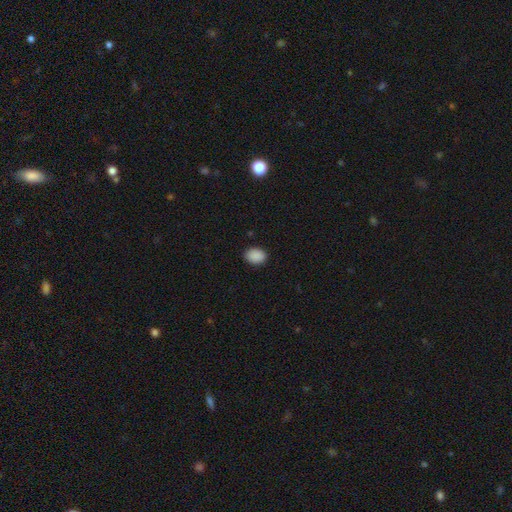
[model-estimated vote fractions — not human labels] The model was most divided on "how rounded": in between: 68%, round: 31%, cigar-shaped: 1%. More confident: smooth or featured — smooth (90%); merging — none (89%).